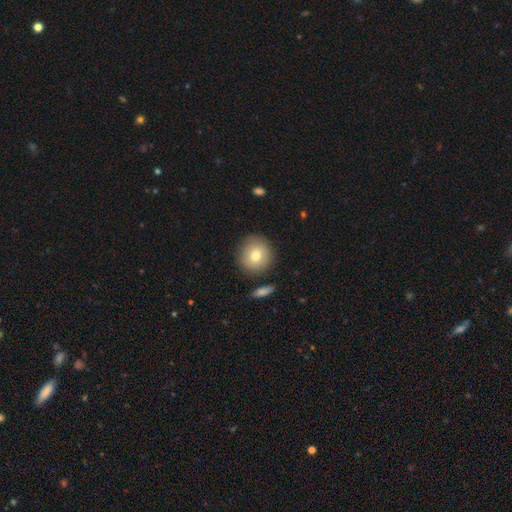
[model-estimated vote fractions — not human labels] The model was most divided on "smooth or featured": smooth: 77%, featured or disk: 15%, star or artifact: 9%. More confident: how rounded — round (88%); merging — none (84%).